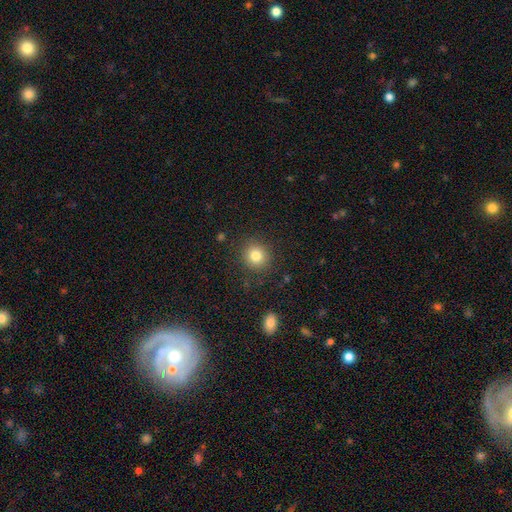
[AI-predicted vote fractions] This is clearly a smooth galaxy (81%). How rounded: clearly round (87%). Merging: clearly none (88%).